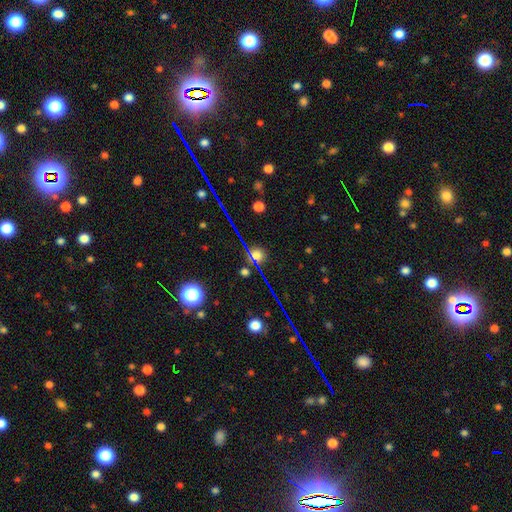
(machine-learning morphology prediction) Smooth or featured? Predicted: star or artifact (p=0.53).